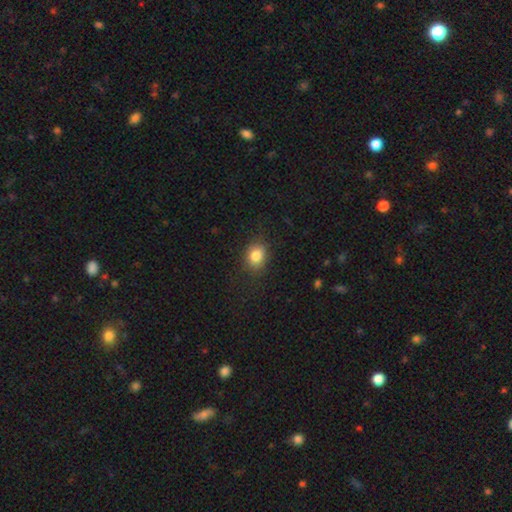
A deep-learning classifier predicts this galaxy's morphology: Smooth or featured? Predicted: smooth (p=0.83). How rounded? Predicted: in between (p=0.51). Merging? Predicted: none (p=0.83).